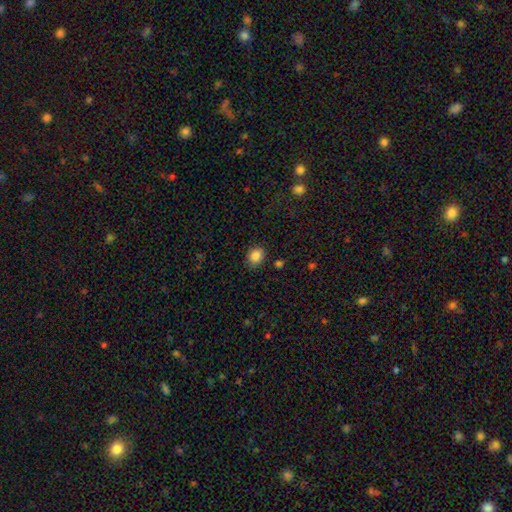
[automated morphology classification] The model was most divided on "how rounded": in between: 52%, round: 47%, cigar-shaped: 1%. More confident: smooth or featured — smooth (86%); merging — none (84%).